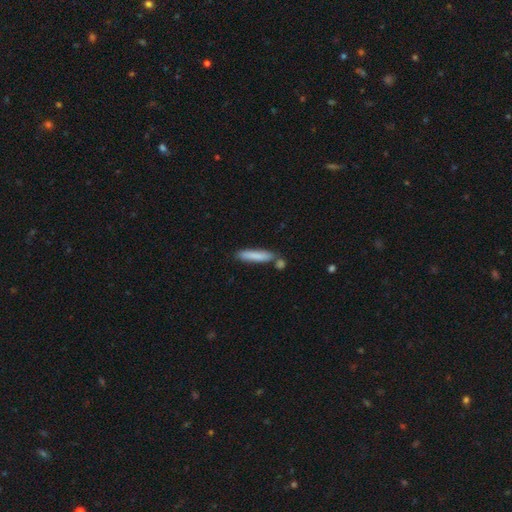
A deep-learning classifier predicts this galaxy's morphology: type=smooth (80%); roundness=cigar-shaped (89%); merging=none (71%).